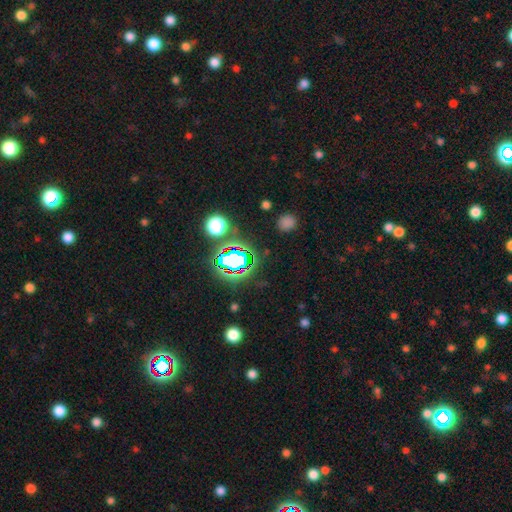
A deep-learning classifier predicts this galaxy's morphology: smooth-or-featured: star or artifact: 75% | smooth: 17% | featured or disk: 8%